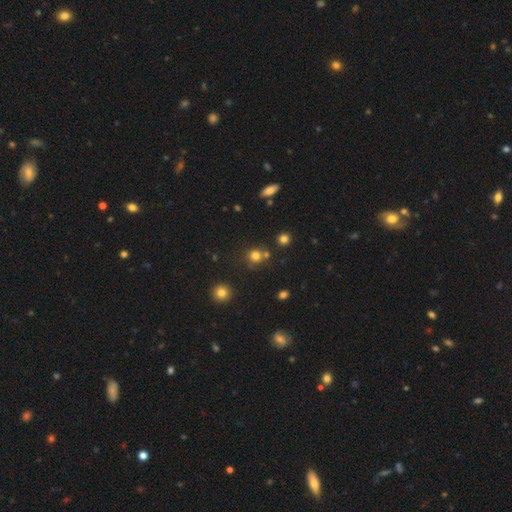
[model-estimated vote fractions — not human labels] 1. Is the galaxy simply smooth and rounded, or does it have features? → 75% smooth, 17% star or artifact, 8% featured or disk.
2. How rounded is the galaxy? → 87% round, 12% in between, 1% cigar-shaped.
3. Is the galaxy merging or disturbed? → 63% none, 22% merger, 10% minor disturbance, 4% major disturbance.